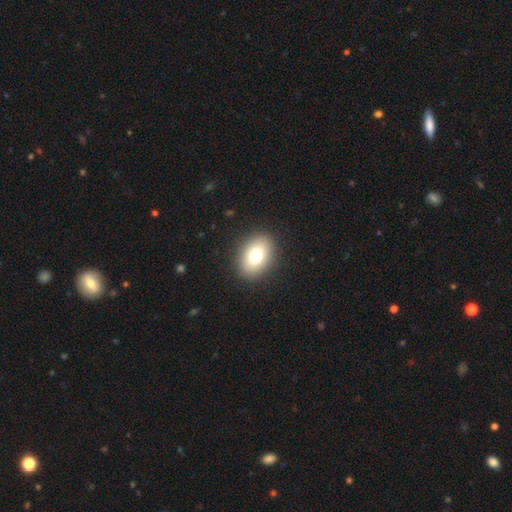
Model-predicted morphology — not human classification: Smooth or featured? Predicted: smooth (p=0.77). How rounded? Predicted: in between (p=0.75). Merging? Predicted: none (p=0.89).